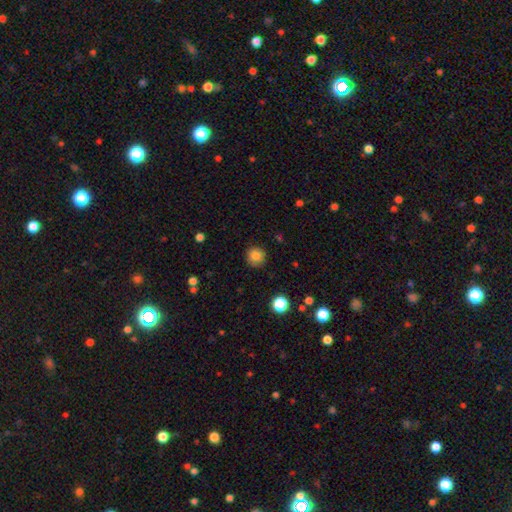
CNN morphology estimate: Smooth or featured?
  - smooth: 83% *
  - star or artifact: 11%
  - featured or disk: 6%
How rounded?
  - round: 94% *
  - in between: 5%
  - cigar-shaped: 1%
Merging?
  - none: 89% *
  - minor disturbance: 8%
  - major disturbance: 2%
  - merger: 1%